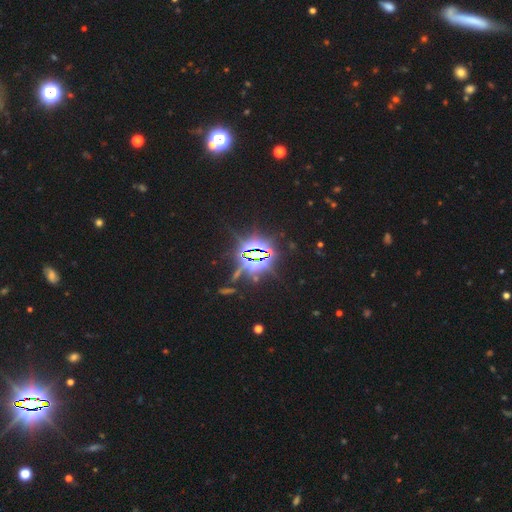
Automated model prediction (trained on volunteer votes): Q: Smooth or featured?
A: star or artifact (87%); runner-up: featured or disk (7%)